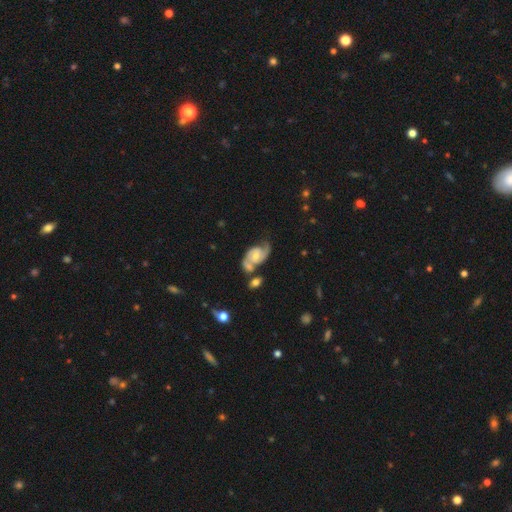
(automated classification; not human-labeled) Overall: featured or disk (84%). Edge-on disk: no (97%). Bar: no (58%; weak 34%). Spiral arms: yes (96%). Spiral arm count: 2 (88%). Spiral winding: medium (51%; tight 31%). Bulge size: small (45%; moderate 44%). Merging: none (49%; merger 23%).